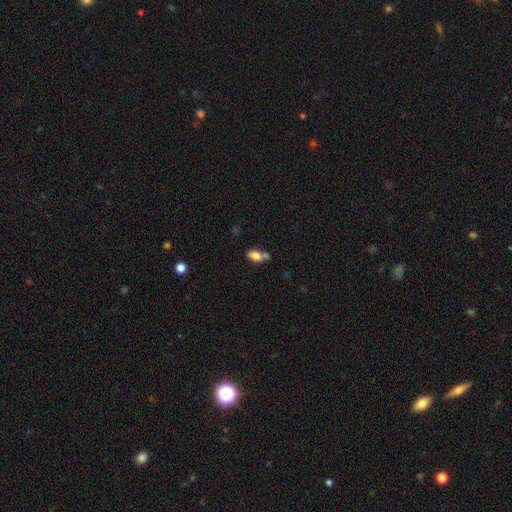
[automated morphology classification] type=smooth (80%); roundness=in between (89%); merging=none (48%).